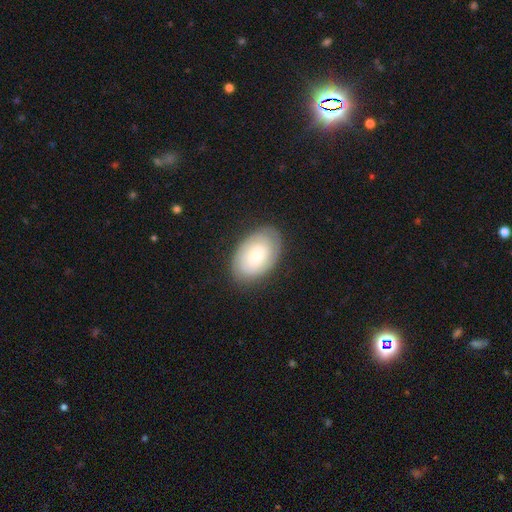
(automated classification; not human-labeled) Smooth or featured? smooth (50%)
Merging? none (83%)